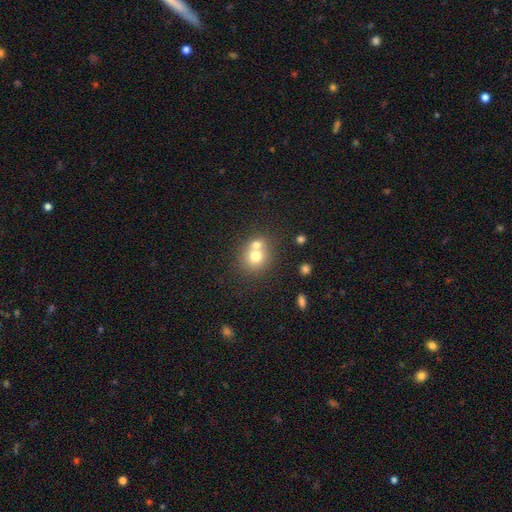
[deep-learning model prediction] smooth-or-featured: smooth: 70% | featured or disk: 18% | star or artifact: 12%
  how-rounded: round: 78% | in between: 21% | cigar-shaped: 1%
  merging: merger: 53% | none: 38% | minor disturbance: 7% | major disturbance: 3%